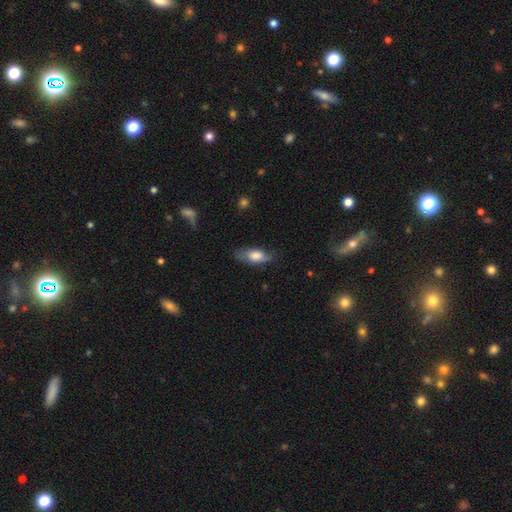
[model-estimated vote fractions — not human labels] This is likely a smooth galaxy (70%). How rounded: likely in between (78%). Merging: likely none (66%).